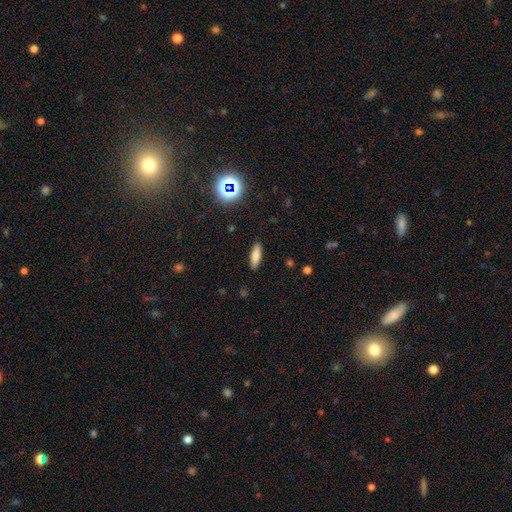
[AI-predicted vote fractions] Smooth or featured? Predicted: smooth (p=0.79). How rounded? Predicted: in between (p=0.57). Merging? Predicted: none (p=0.89).